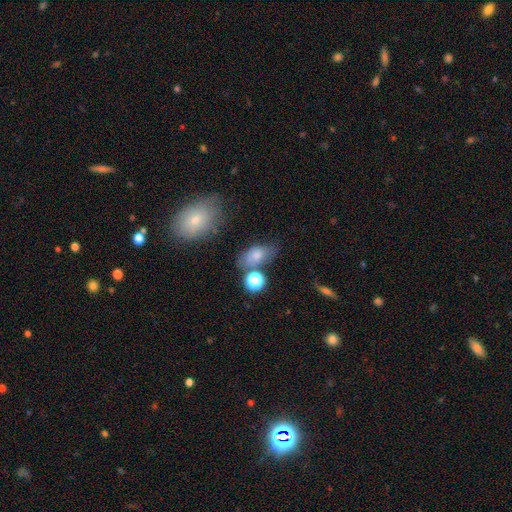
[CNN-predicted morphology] Smooth or featured: smooth — 71% (featured or disk — 15%)
How rounded: in between — 82% (round — 15%)
Merging: none — 57% (minor disturbance — 20%)